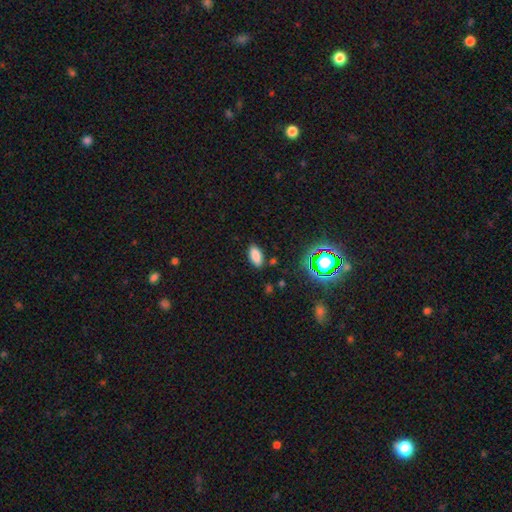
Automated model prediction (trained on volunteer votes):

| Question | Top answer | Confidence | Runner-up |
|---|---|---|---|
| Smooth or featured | smooth | 81% | star or artifact (14%) |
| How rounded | in between | 91% | cigar-shaped (6%) |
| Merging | none | 85% | minor disturbance (10%) |